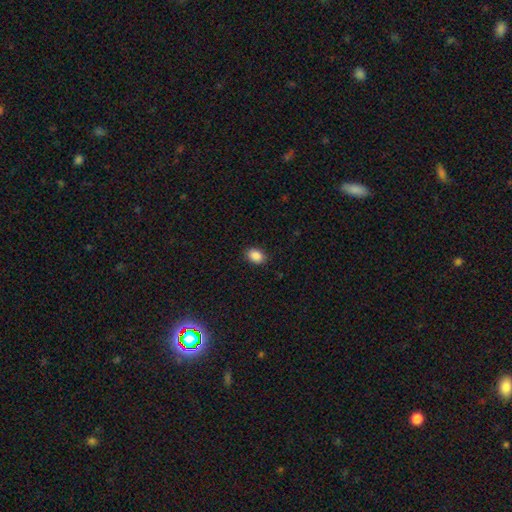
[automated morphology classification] Q: Smooth or featured?
A: smooth (88%); runner-up: star or artifact (8%)
Q: How rounded?
A: in between (77%); runner-up: round (22%)
Q: Merging?
A: none (89%); runner-up: minor disturbance (8%)